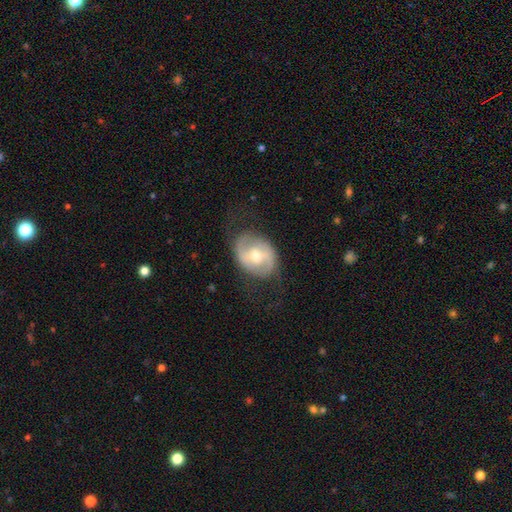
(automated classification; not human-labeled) Q: Smooth or featured?
A: featured or disk (69%); runner-up: smooth (25%)
Q: Edge-on disk?
A: no (96%); runner-up: yes (4%)
Q: Bar?
A: weak (48%); runner-up: strong (27%)
Q: Spiral arms?
A: yes (77%); runner-up: no (23%)
Q: Spiral winding?
A: medium (44%); runner-up: loose (34%)
Q: Spiral arm count?
A: 2 (81%); runner-up: can't tell (12%)
Q: Bulge size?
A: moderate (62%); runner-up: small (32%)
Q: Merging?
A: none (67%); runner-up: minor disturbance (19%)